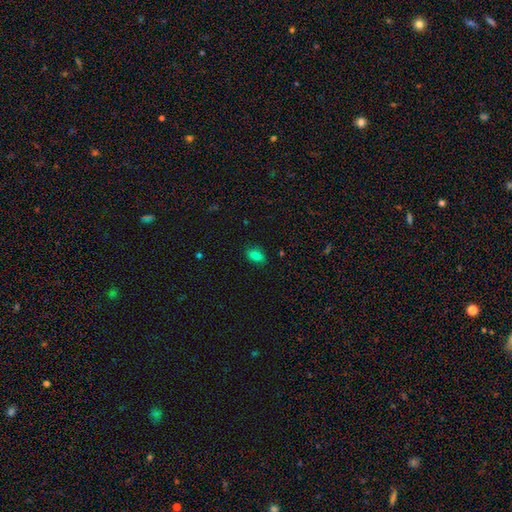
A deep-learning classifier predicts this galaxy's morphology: Smooth or featured: smooth — 81% (star or artifact — 13%)
How rounded: in between — 85% (round — 13%)
Merging: none — 82% (minor disturbance — 14%)